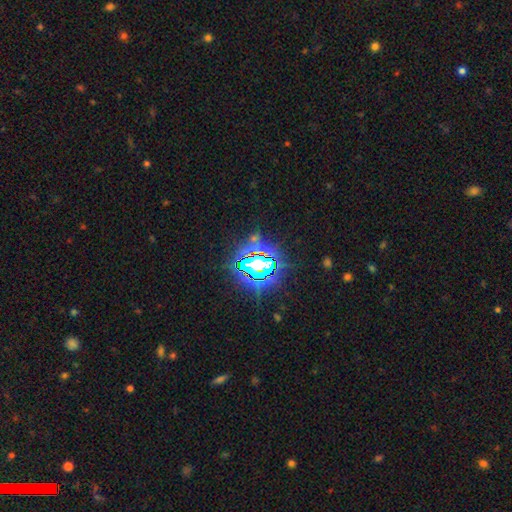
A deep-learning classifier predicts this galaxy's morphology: Smooth or featured?
  - star or artifact: 79% *
  - smooth: 12%
  - featured or disk: 9%